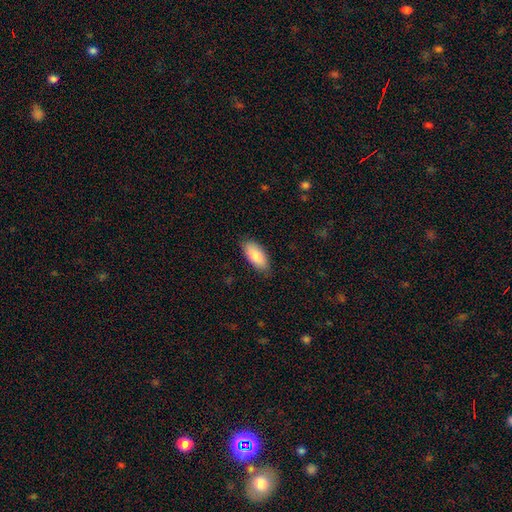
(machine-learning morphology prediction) smooth_or_featured: smooth (p=0.84) [alt: featured or disk p=0.10]
how_rounded: in between (p=0.90) [alt: cigar-shaped p=0.08]
merging: none (p=0.84) [alt: minor disturbance p=0.13]